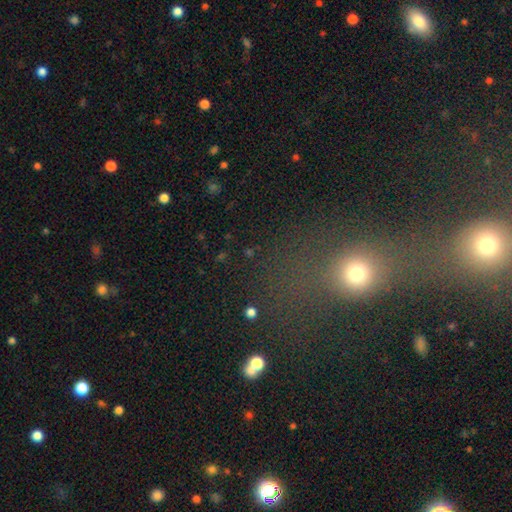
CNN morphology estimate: Smooth or featured: smooth — 46% (star or artifact — 41%)
Merging: merger — 49% (none — 32%)